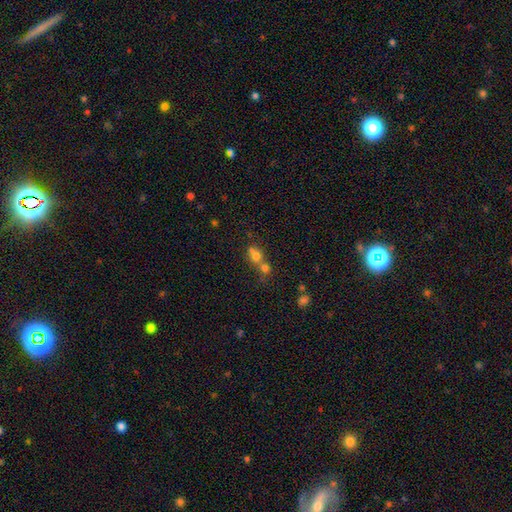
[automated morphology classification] Overall: smooth (69%). How rounded: round (66%; in between 32%). Merging: merger (62%; none 28%).